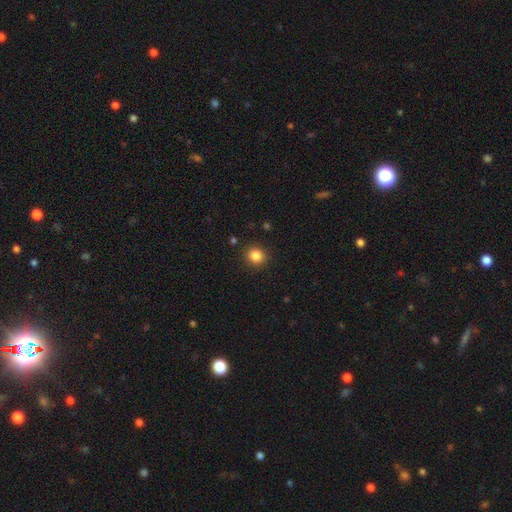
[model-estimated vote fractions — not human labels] smooth 84%, star or artifact 11%, featured or disk 5%. Down the decision tree: how rounded — round (86%); merging — none (91%).